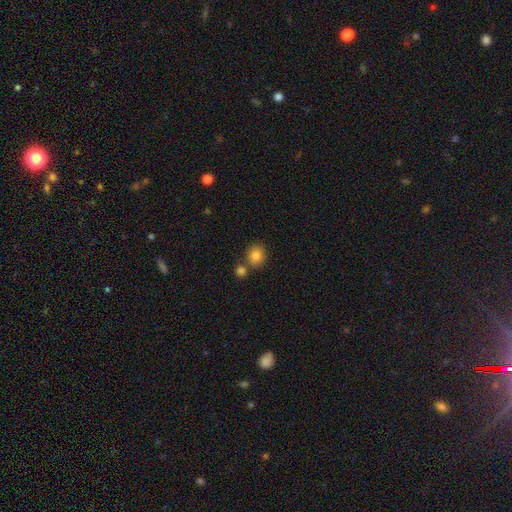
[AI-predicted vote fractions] smooth 83%, star or artifact 10%, featured or disk 7%. Down the decision tree: how rounded — round (75%); merging — none (67%).